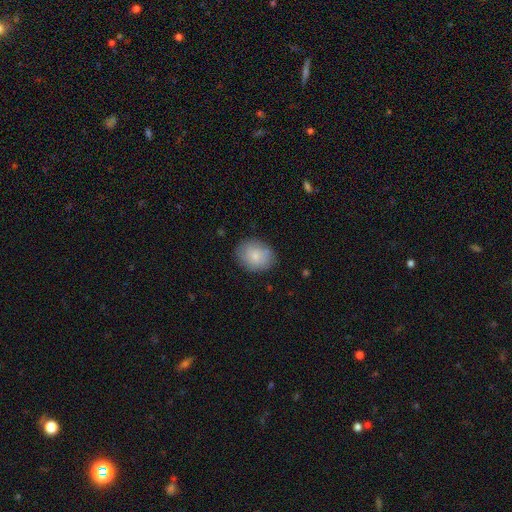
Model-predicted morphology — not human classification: Smooth or featured?
  - smooth: 81% *
  - featured or disk: 12%
  - star or artifact: 7%
How rounded?
  - in between: 52% *
  - round: 47%
  - cigar-shaped: 1%
Merging?
  - none: 80% *
  - minor disturbance: 15%
  - major disturbance: 4%
  - merger: 1%